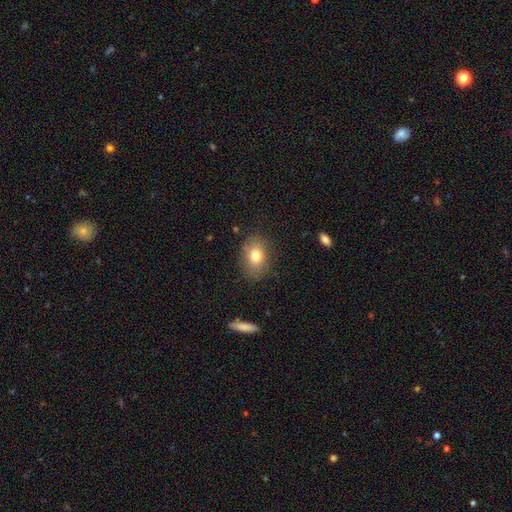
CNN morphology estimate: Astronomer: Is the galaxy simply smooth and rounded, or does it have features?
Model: smooth — 77%.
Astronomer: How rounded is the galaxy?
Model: in between — 70%.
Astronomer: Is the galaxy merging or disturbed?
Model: none — 82%.